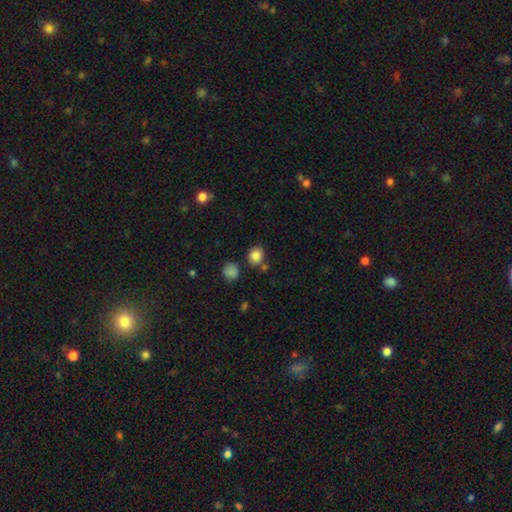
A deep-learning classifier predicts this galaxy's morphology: Smooth or featured?
  - smooth: 84% *
  - star or artifact: 11%
  - featured or disk: 5%
How rounded?
  - round: 72% *
  - in between: 27%
  - cigar-shaped: 1%
Merging?
  - none: 76% *
  - minor disturbance: 11%
  - merger: 10%
  - major disturbance: 3%